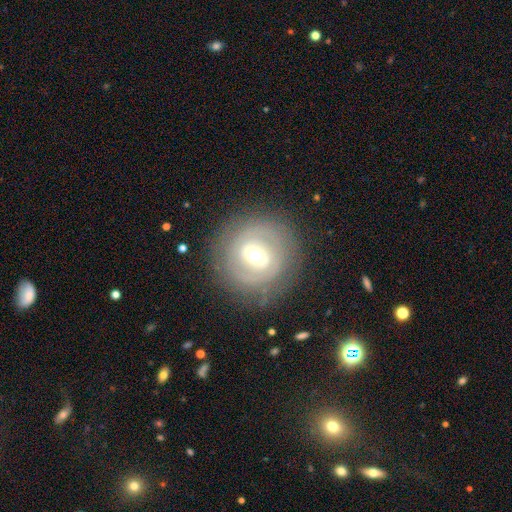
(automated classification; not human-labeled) Smooth or featured? Predicted: featured or disk (p=0.62). Edge-on disk? Predicted: no (p=0.95). Bar? Predicted: weak (p=0.42). Spiral arms? Predicted: no (p=0.51). Bulge size? Predicted: moderate (p=0.70). Merging? Predicted: none (p=0.80).